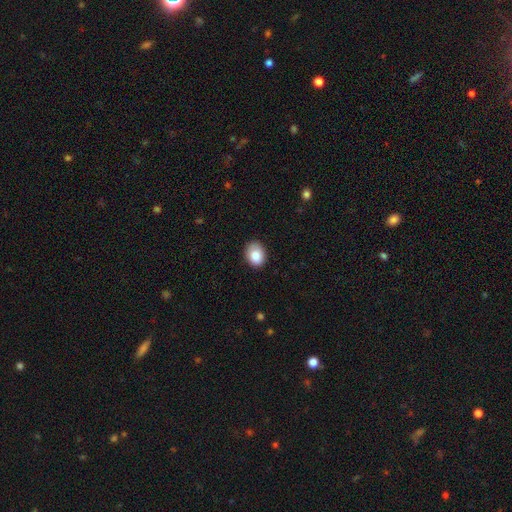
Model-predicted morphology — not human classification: Overall: smooth (85%). How rounded: in between (62%; round 37%). Merging: none (79%).